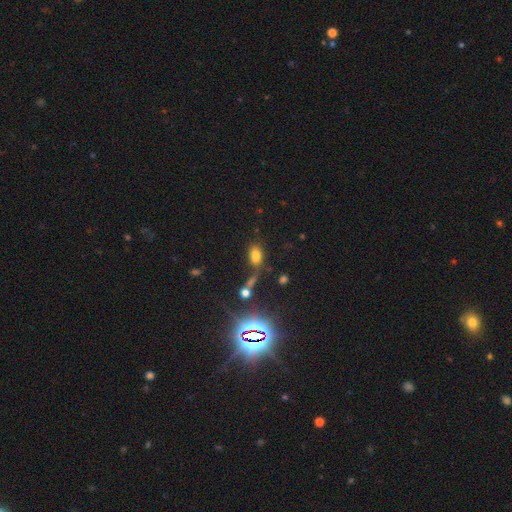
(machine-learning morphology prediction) Q: Smooth or featured?
A: smooth (72%); runner-up: star or artifact (20%)
Q: How rounded?
A: in between (86%); runner-up: round (11%)
Q: Merging?
A: none (61%); runner-up: minor disturbance (17%)